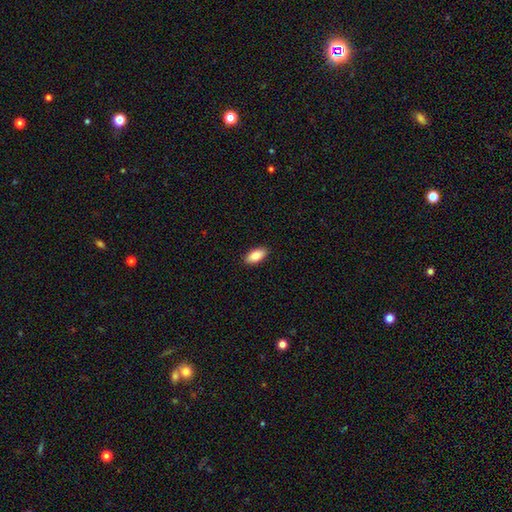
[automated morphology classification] smooth_or_featured: smooth (p=0.84) [alt: featured or disk p=0.10]
how_rounded: in between (p=0.92) [alt: cigar-shaped p=0.05]
merging: none (p=0.91) [alt: minor disturbance p=0.07]